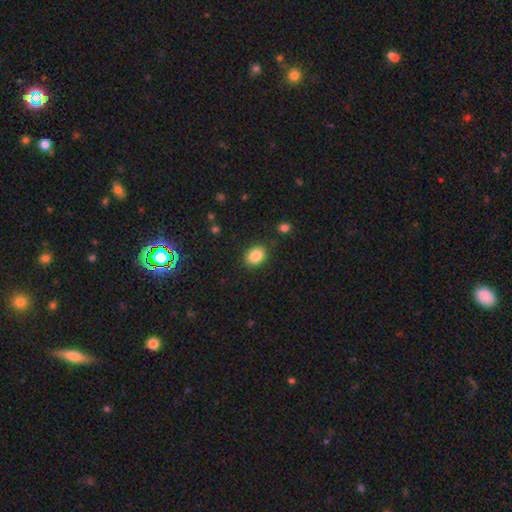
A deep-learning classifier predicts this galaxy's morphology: A smooth galaxy with no disk features (87%) that is in between round and cigar-shaped (60%).

Vote fractions:
- Smooth or featured? smooth: 87% / star or artifact: 9% / featured or disk: 4%
- How rounded? in between: 60% / round: 39% / cigar-shaped: 1%
- Merging? none: 85% / minor disturbance: 10% / major disturbance: 3% / merger: 2%